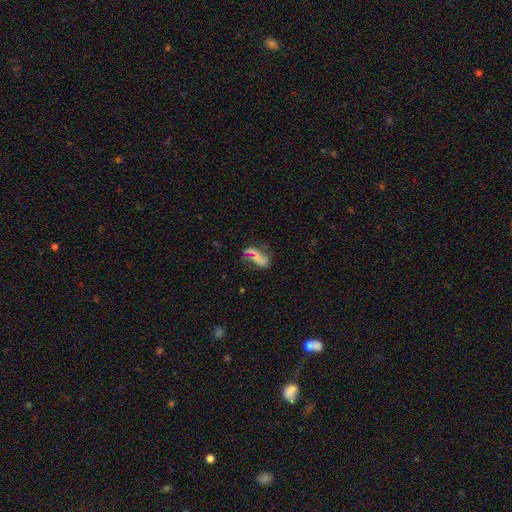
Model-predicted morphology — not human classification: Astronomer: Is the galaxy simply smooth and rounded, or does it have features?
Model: featured or disk — 51% (runner-up: smooth, 35%).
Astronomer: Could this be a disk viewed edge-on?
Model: no — 94%.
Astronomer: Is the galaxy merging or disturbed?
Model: none — 33%, tied with major disturbance at 33%.